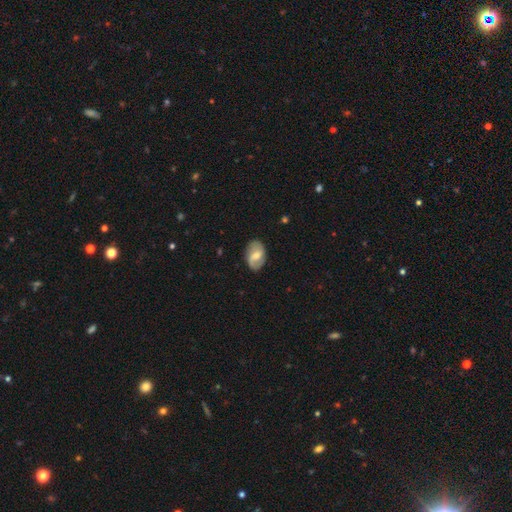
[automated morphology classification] A featured or disk galaxy (63%) with a weak bar (55%), 2 (84%) loose (45%) spiral arms (87%) and a moderate central bulge (53%). Merging: none (79%).